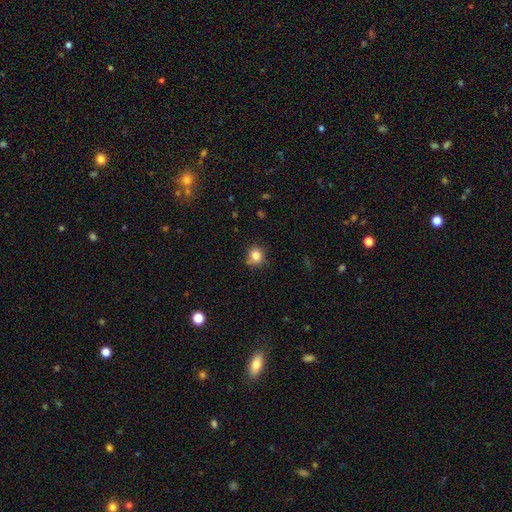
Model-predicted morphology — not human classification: A smooth galaxy with no disk features (83%) that is round (84%).

Vote fractions:
- Smooth or featured? smooth: 83% / star or artifact: 11% / featured or disk: 6%
- How rounded? round: 84% / in between: 15% / cigar-shaped: 1%
- Merging? none: 70% / minor disturbance: 22% / major disturbance: 5% / merger: 3%